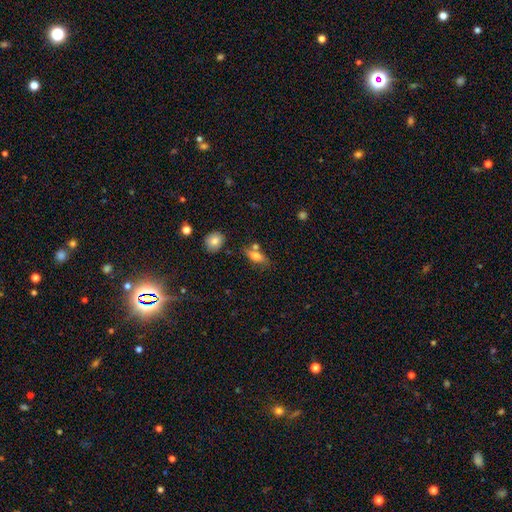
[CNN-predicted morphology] type=smooth (70%); roundness=in between (72%); merging=none (59%).